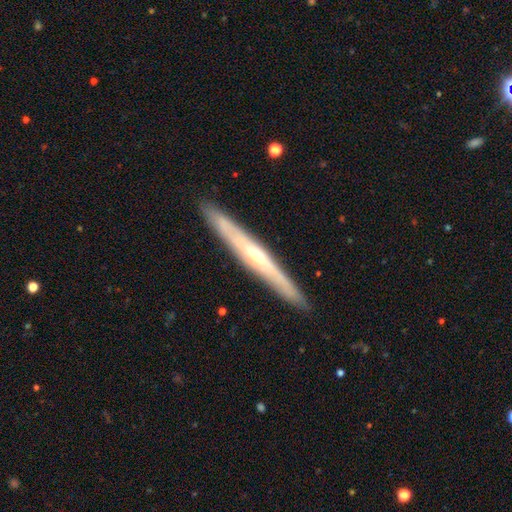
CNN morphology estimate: Smooth or featured: featured or disk — 69% (smooth — 25%)
Edge-on disk: yes — 92% (no — 8%)
Edge-on bulge: rounded — 61% (none — 35%)
Merging: none — 90% (minor disturbance — 7%)